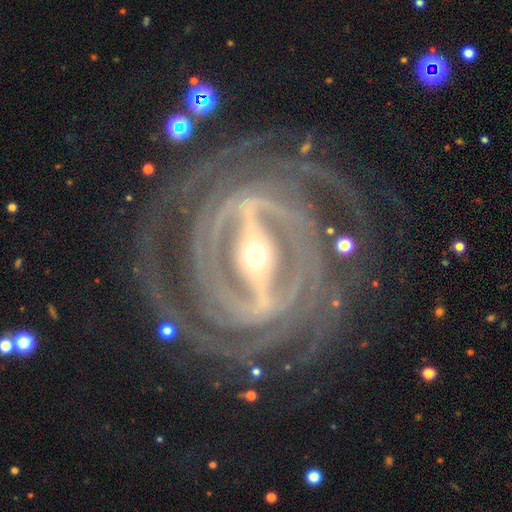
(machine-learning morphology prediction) A featured or disk galaxy (93%) with a strong bar (84%), 4 (22%) tight (77%) spiral arms (97%) and a small central bulge (55%). Merging: none (76%).